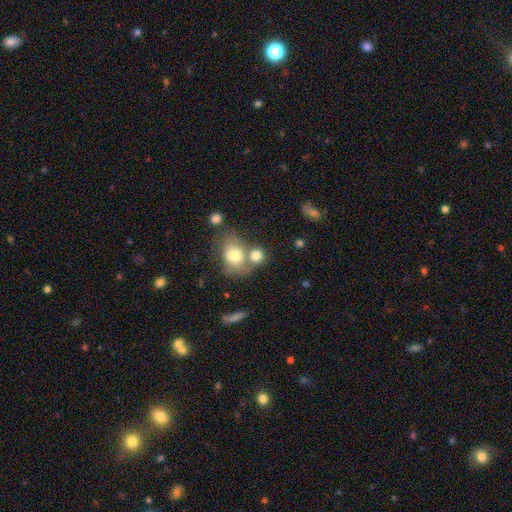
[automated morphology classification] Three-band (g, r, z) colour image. It shows a smooth galaxy with no disk features (77%) that is round (69%). Merging: merger (45%).